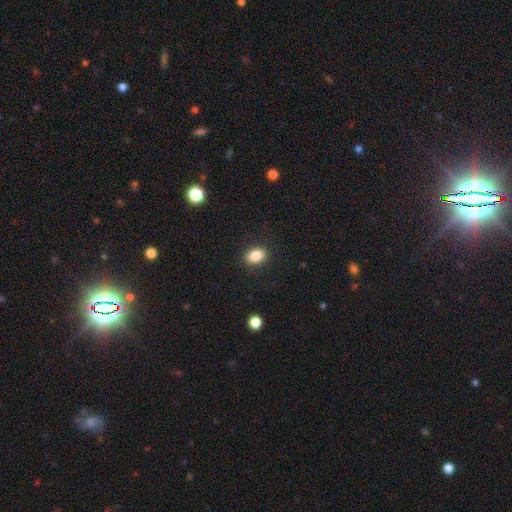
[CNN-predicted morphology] smooth_or_featured: smooth (p=0.87) [alt: star or artifact p=0.09]
how_rounded: in between (p=0.78) [alt: round p=0.20]
merging: none (p=0.88) [alt: minor disturbance p=0.08]